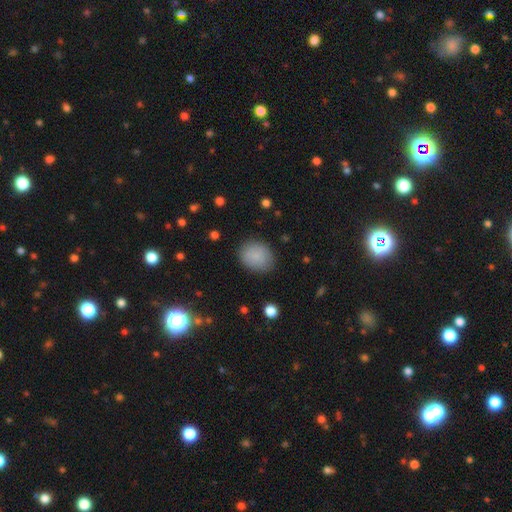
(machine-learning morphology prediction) type=smooth (86%); roundness=round (55%); merging=none (84%).